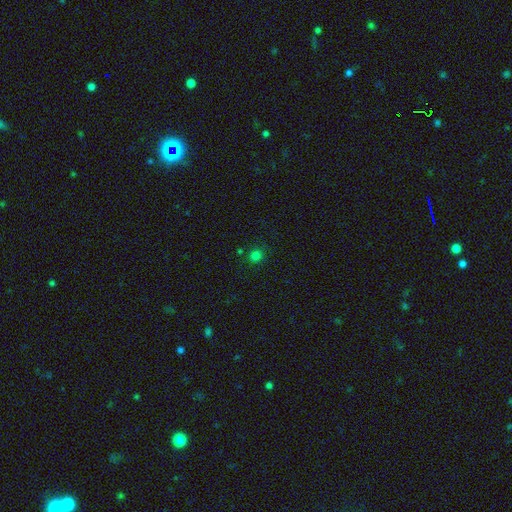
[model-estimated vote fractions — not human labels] Q: Smooth or featured?
A: smooth (77%); runner-up: star or artifact (19%)
Q: How rounded?
A: round (86%); runner-up: in between (13%)
Q: Merging?
A: none (84%); runner-up: minor disturbance (9%)